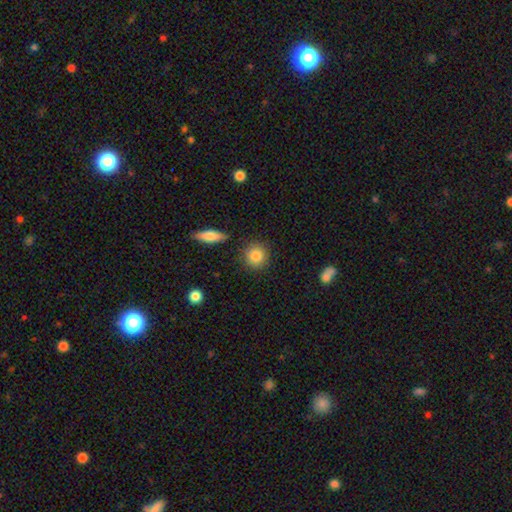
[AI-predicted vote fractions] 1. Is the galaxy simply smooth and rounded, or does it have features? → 85% smooth, 8% star or artifact, 7% featured or disk.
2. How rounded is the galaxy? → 89% round, 9% in between, 1% cigar-shaped.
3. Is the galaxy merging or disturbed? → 86% none, 8% minor disturbance, 3% merger, 3% major disturbance.